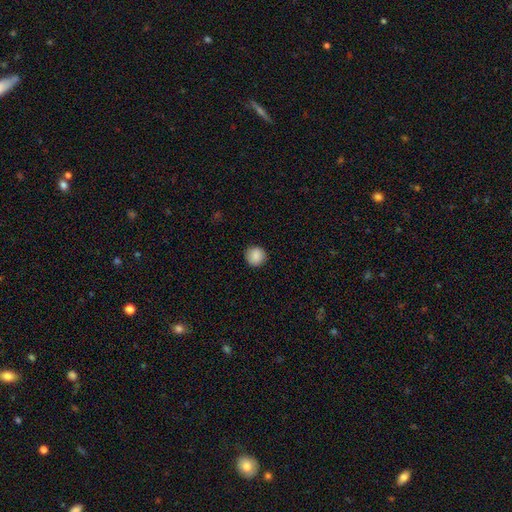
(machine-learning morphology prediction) Q: Smooth or featured?
A: smooth (88%); runner-up: star or artifact (8%)
Q: How rounded?
A: round (94%); runner-up: in between (5%)
Q: Merging?
A: none (89%); runner-up: minor disturbance (8%)